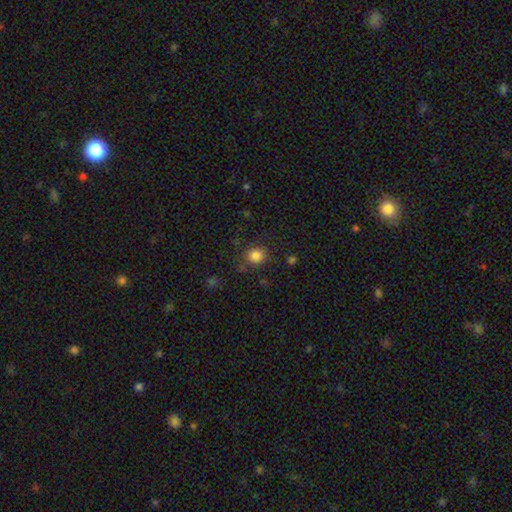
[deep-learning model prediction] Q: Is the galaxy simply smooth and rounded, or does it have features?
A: smooth — 84%.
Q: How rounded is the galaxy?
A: round — 84%.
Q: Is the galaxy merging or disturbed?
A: none — 81%.